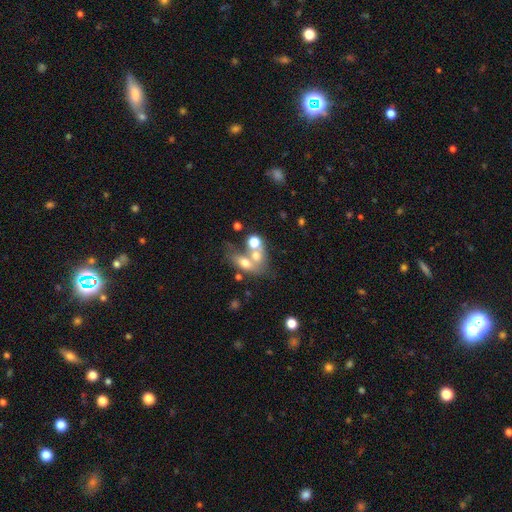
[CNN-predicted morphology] The model was most divided on "smooth or featured": smooth: 54%, featured or disk: 32%, star or artifact: 15%. More confident: how rounded — in between (62%); merging — merger (56%).